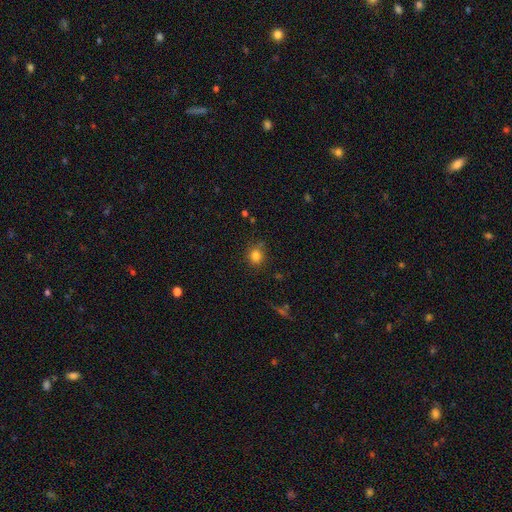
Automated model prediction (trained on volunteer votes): Smooth or featured? smooth (82%)
How rounded? round (79%)
Merging? none (77%)